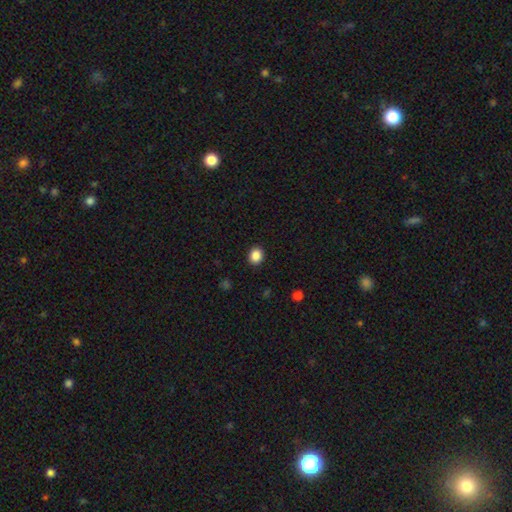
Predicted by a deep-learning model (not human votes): Q: Smooth or featured?
A: smooth (87%); runner-up: star or artifact (10%)
Q: How rounded?
A: round (71%); runner-up: in between (28%)
Q: Merging?
A: none (91%); runner-up: minor disturbance (6%)